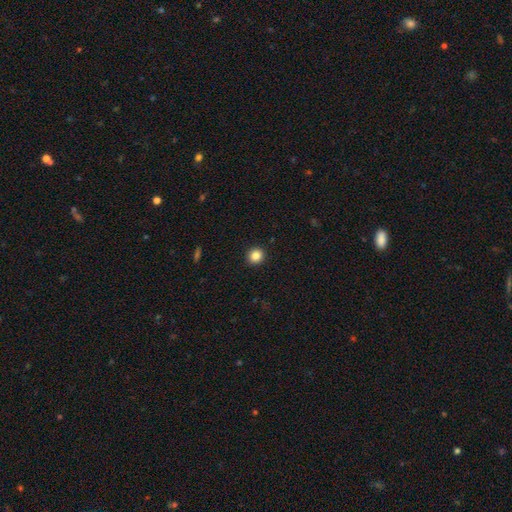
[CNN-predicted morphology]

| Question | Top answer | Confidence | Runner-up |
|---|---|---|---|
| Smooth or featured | smooth | 85% | star or artifact (11%) |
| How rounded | round | 92% | in between (7%) |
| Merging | none | 93% | minor disturbance (4%) |